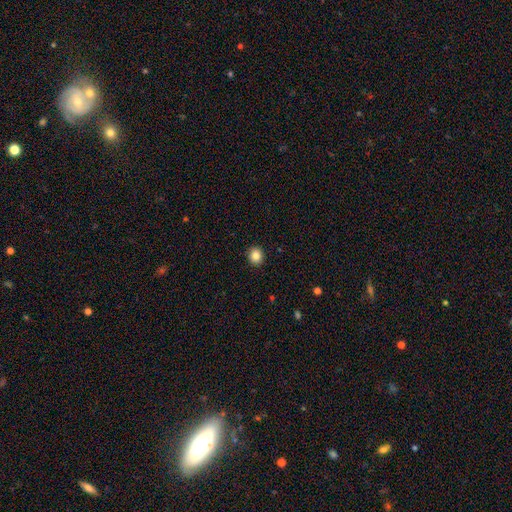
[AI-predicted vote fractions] The model was most divided on "how rounded": round: 82%, in between: 17%, cigar-shaped: 1%. More confident: merging — none (92%); smooth or featured — smooth (84%).